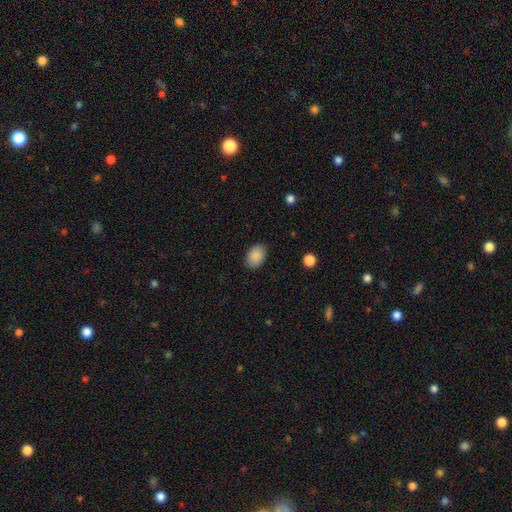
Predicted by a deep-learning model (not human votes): smooth_or_featured: smooth (p=0.89) [alt: star or artifact p=0.07]
how_rounded: in between (p=0.85) [alt: round p=0.14]
merging: none (p=0.86) [alt: minor disturbance p=0.10]